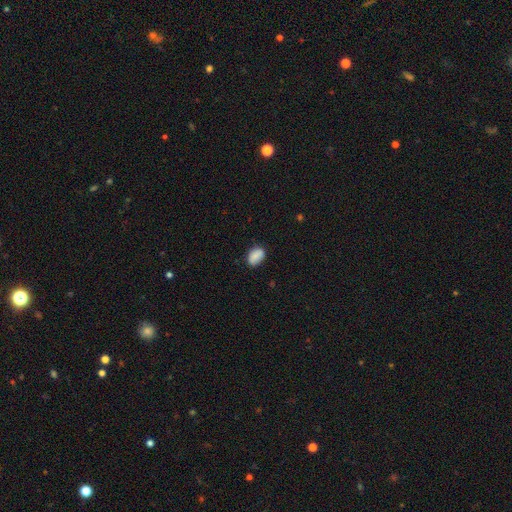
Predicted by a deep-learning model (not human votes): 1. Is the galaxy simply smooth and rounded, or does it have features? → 85% smooth, 8% star or artifact, 8% featured or disk.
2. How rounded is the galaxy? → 81% in between, 17% round, 1% cigar-shaped.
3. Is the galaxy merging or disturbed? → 75% none, 19% minor disturbance, 4% major disturbance, 2% merger.